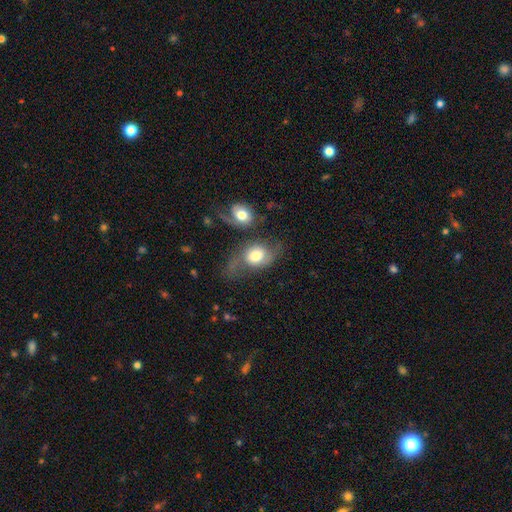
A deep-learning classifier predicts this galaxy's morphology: Q: Smooth or featured?
A: smooth (57%); runner-up: featured or disk (36%)
Q: How rounded?
A: in between (57%); runner-up: round (41%)
Q: Merging?
A: none (31%); runner-up: merger (30%)